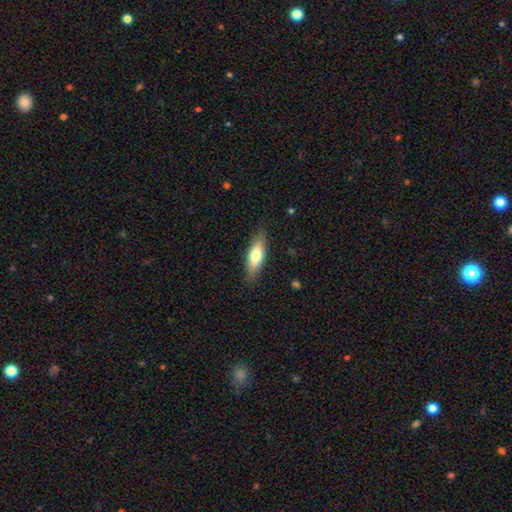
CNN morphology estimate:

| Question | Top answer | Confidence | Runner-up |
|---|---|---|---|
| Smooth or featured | smooth | 65% | featured or disk (29%) |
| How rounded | in between | 50% | cigar-shaped (48%) |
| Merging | none | 85% | minor disturbance (12%) |